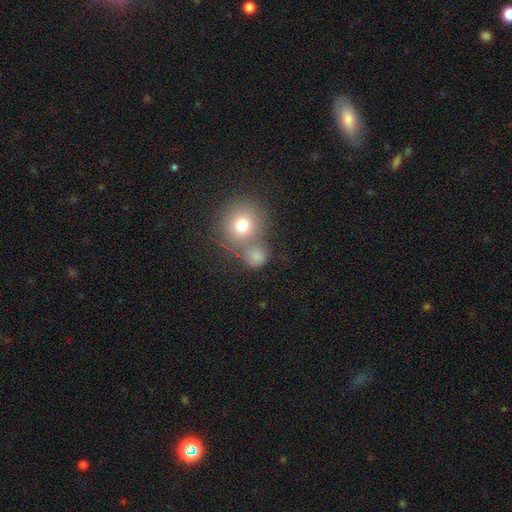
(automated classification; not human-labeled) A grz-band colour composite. It shows a smooth galaxy with no disk features (75%) that is round (80%). Merging: none (46%).